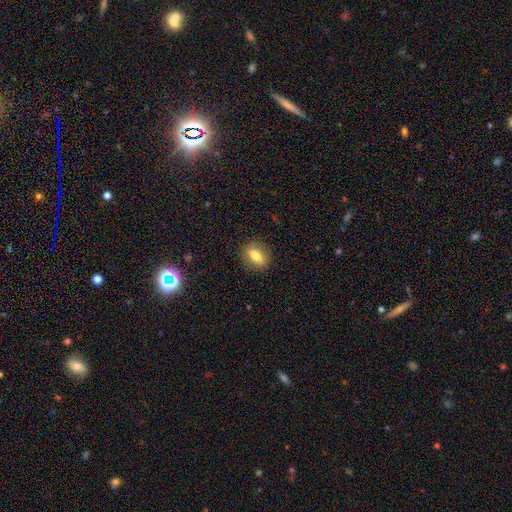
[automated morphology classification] Smooth or featured?
  - smooth: 74% *
  - featured or disk: 18%
  - star or artifact: 8%
How rounded?
  - in between: 70% *
  - round: 26%
  - cigar-shaped: 4%
Merging?
  - none: 86% *
  - minor disturbance: 10%
  - major disturbance: 3%
  - merger: 1%